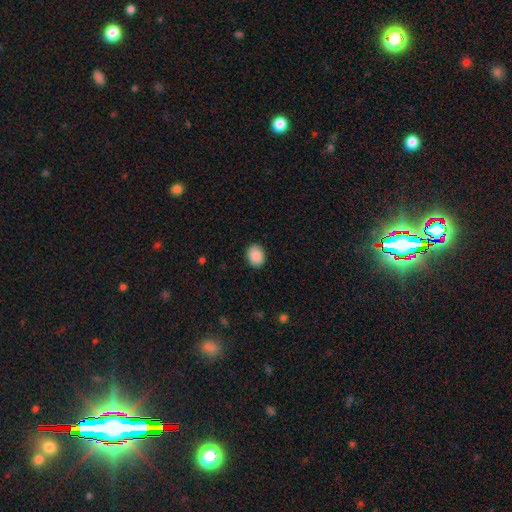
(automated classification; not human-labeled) Smooth or featured? smooth (89%)
How rounded? in between (56%)
Merging? none (88%)